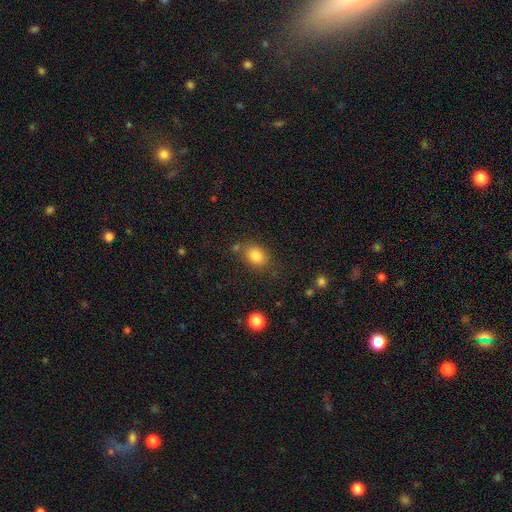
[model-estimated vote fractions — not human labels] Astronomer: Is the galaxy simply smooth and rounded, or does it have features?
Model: smooth — 84%.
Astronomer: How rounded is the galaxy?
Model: in between — 68%.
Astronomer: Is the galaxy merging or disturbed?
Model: none — 72%.